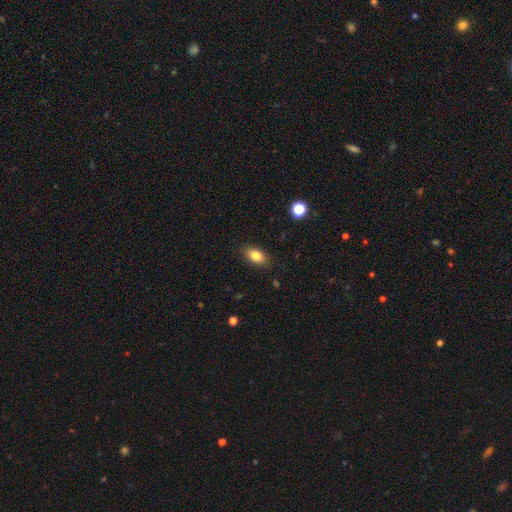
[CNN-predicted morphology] A smooth galaxy with no disk features (82%) that is in between round and cigar-shaped (88%).

Vote fractions:
- Smooth or featured? smooth: 82% / featured or disk: 9% / star or artifact: 9%
- How rounded? in between: 88% / round: 9% / cigar-shaped: 3%
- Merging? none: 87% / minor disturbance: 10% / major disturbance: 2% / merger: 1%